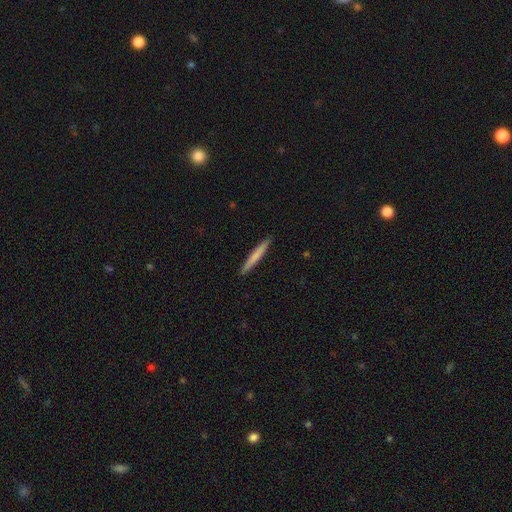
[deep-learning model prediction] This is likely a smooth galaxy (72%). How rounded: clearly cigar-shaped (96%). Merging: clearly none (92%).